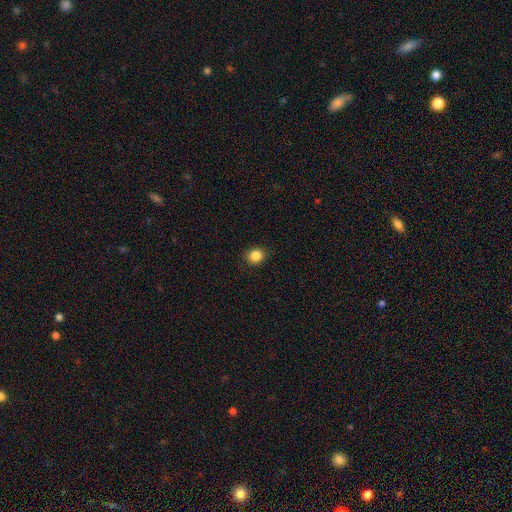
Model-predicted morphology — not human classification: This is clearly a smooth galaxy (85%). How rounded: likely round (74%). Merging: clearly none (89%).